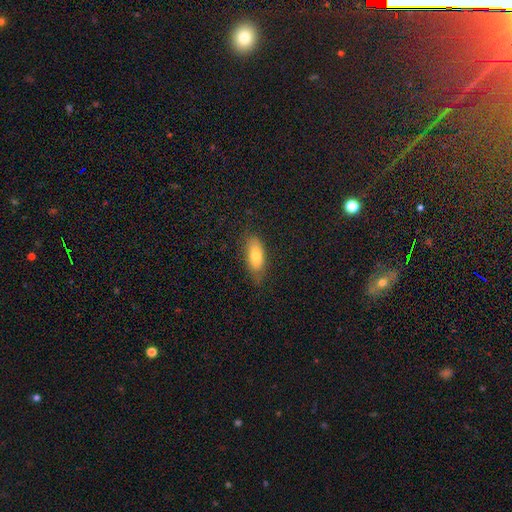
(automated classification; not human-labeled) Overall: smooth (75%). How rounded: in between (73%). Merging: none (76%).